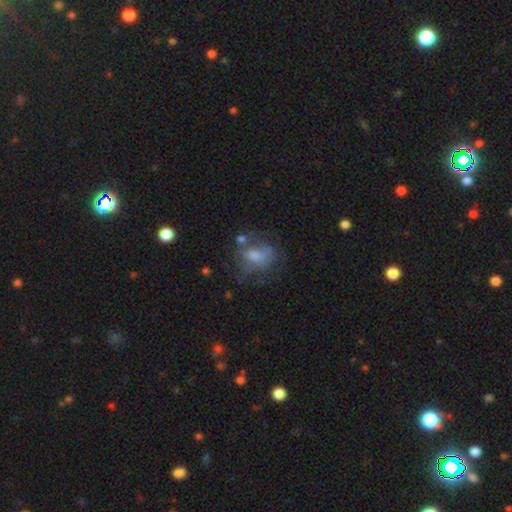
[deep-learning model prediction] The model was most divided on "smooth or featured": smooth: 51%, featured or disk: 35%, star or artifact: 14%. Remaining: how rounded — in between (64%); merging — none (47%).